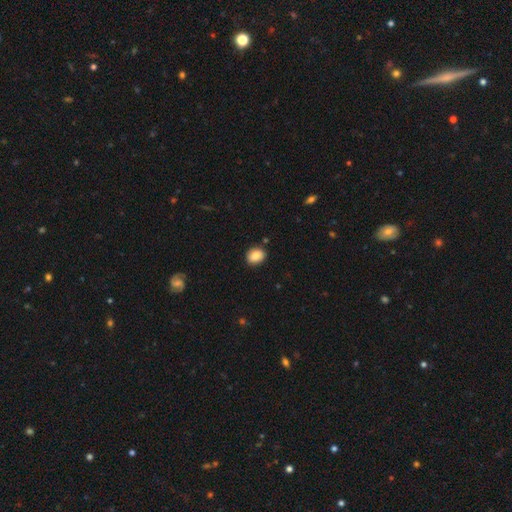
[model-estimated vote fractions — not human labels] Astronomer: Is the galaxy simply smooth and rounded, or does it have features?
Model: smooth — 87%.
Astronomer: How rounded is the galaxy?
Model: in between — 56% (runner-up: round, 42%).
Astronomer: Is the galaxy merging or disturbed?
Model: none — 86%.